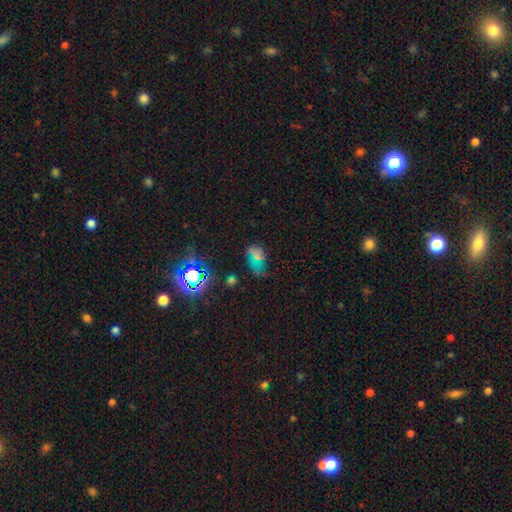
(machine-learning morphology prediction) Smooth or featured? smooth (51%)
How rounded? in between (86%)
Merging? none (54%)